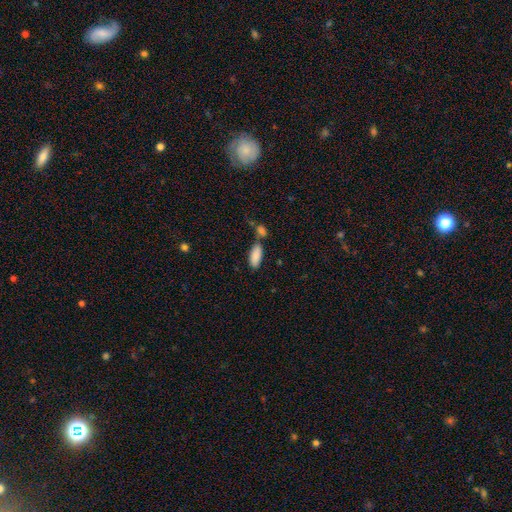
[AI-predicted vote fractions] smooth_or_featured: smooth (p=0.88) [alt: star or artifact p=0.07]
how_rounded: in between (p=0.83) [alt: cigar-shaped p=0.15]
merging: none (p=0.54) [alt: merger p=0.29]